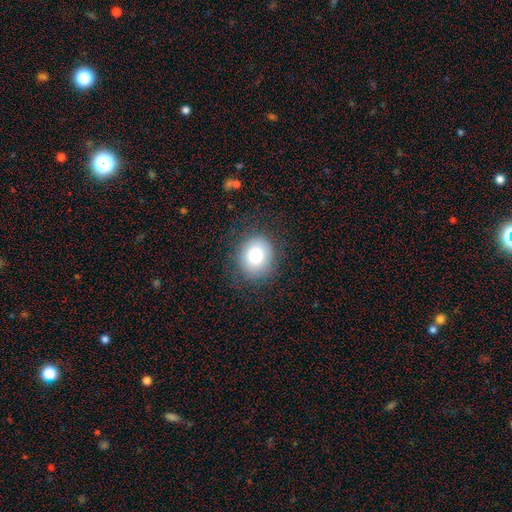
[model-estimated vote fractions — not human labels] Smooth or featured? Predicted: smooth (p=0.79). How rounded? Predicted: round (p=0.73). Merging? Predicted: none (p=0.81).